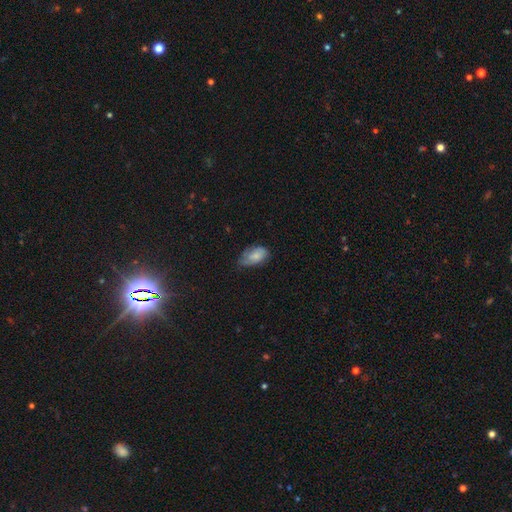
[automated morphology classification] A smooth galaxy with no disk features (73%) that is in between round and cigar-shaped (93%).

Vote fractions:
- Smooth or featured? smooth: 73% / featured or disk: 19% / star or artifact: 7%
- How rounded? in between: 93% / round: 5% / cigar-shaped: 2%
- Merging? none: 49% / minor disturbance: 39% / major disturbance: 10% / merger: 2%